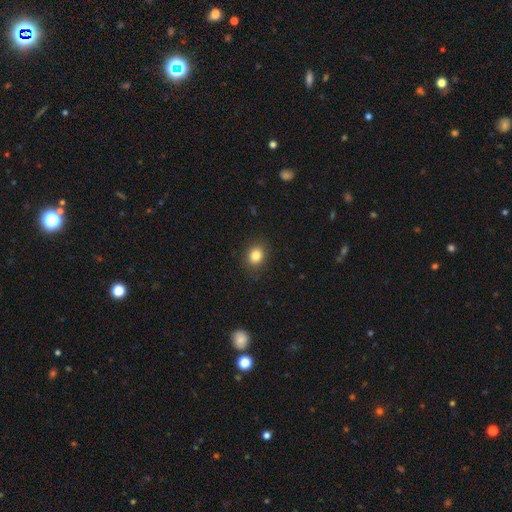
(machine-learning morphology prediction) smooth-or-featured: smooth: 84% | star or artifact: 10% | featured or disk: 5%
  how-rounded: round: 58% | in between: 41% | cigar-shaped: 1%
  merging: none: 87% | minor disturbance: 9% | major disturbance: 3% | merger: 1%